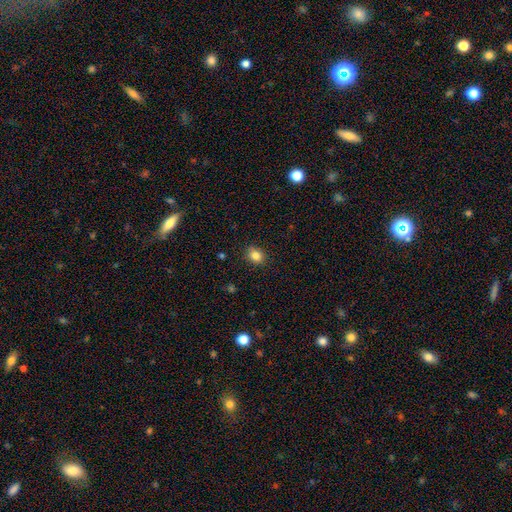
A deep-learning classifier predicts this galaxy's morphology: The model was most divided on "how rounded": round: 50%, in between: 49%, cigar-shaped: 1%. More confident: merging — none (87%); smooth or featured — smooth (84%).